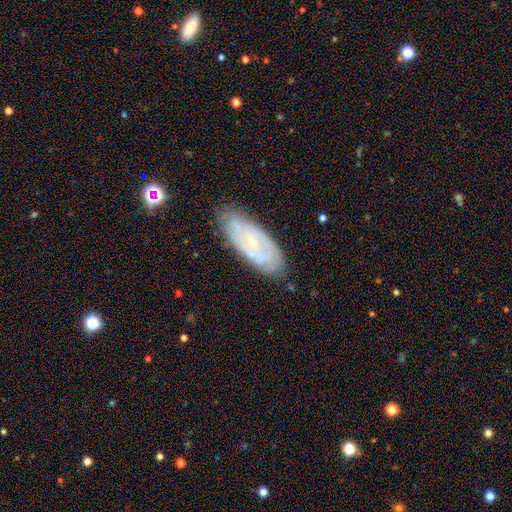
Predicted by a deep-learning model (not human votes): A featured or disk galaxy (69%) with no bar (60%), spiral arms (75%) and a small central bulge (70%).

Vote fractions:
- Smooth or featured? featured or disk: 69% / smooth: 24% / star or artifact: 7%
- Edge-on disk? no: 91% / yes: 9%
- Bar? no: 60% / weak: 32% / strong: 8%
- Spiral arms? yes: 75% / no: 25%
- Bulge size? small: 70% / moderate: 23% / none: 4% / large: 2% / dominant: 1%
- Merging? none: 71% / minor disturbance: 20% / major disturbance: 6% / merger: 4%